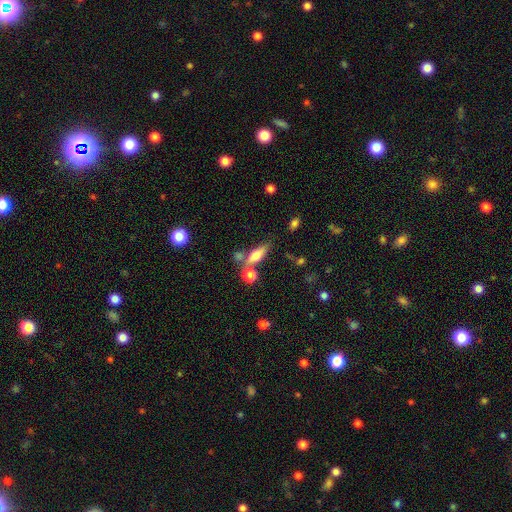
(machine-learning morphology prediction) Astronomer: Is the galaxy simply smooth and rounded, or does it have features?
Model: smooth — 61%.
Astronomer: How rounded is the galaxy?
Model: in between — 48% (runner-up: cigar-shaped, 47%).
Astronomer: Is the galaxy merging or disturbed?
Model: none — 57%.